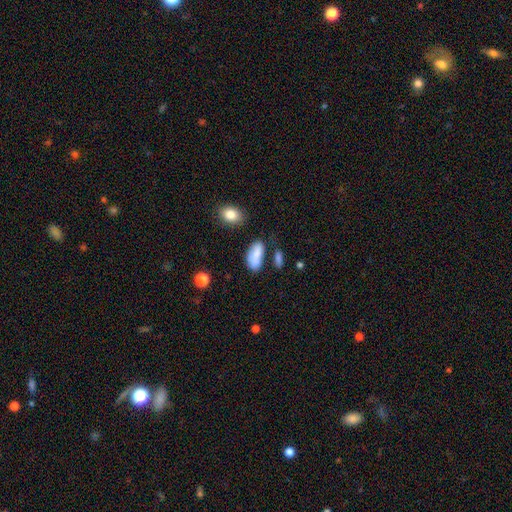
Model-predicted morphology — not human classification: smooth 79%, featured or disk 13%, star or artifact 8%. Down the decision tree: how rounded — in between (84%); merging — none (54%).